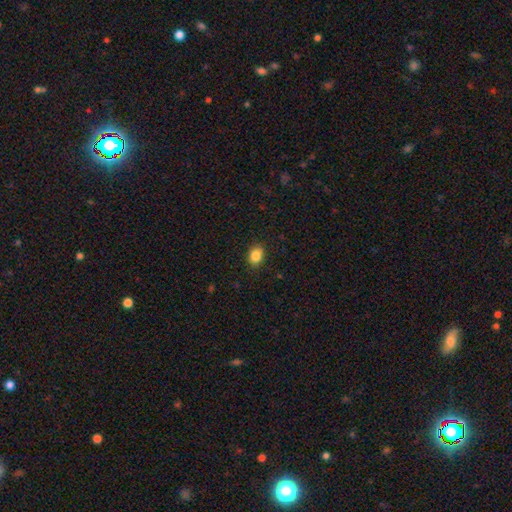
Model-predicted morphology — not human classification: This is clearly a smooth galaxy (85%). How rounded: likely in between (66%). Merging: clearly none (88%).